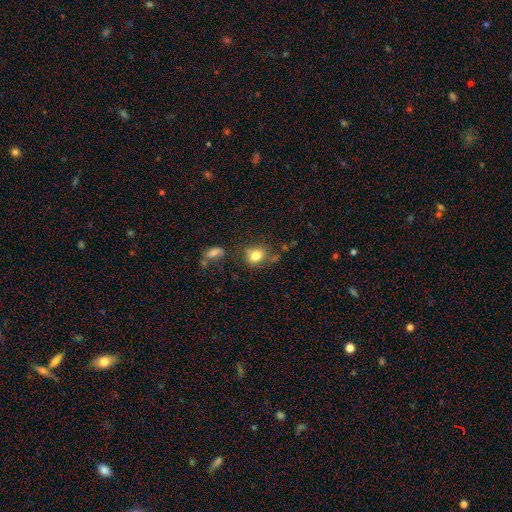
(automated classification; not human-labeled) Smooth or featured? smooth (80%)
How rounded? round (63%)
Merging? none (63%)